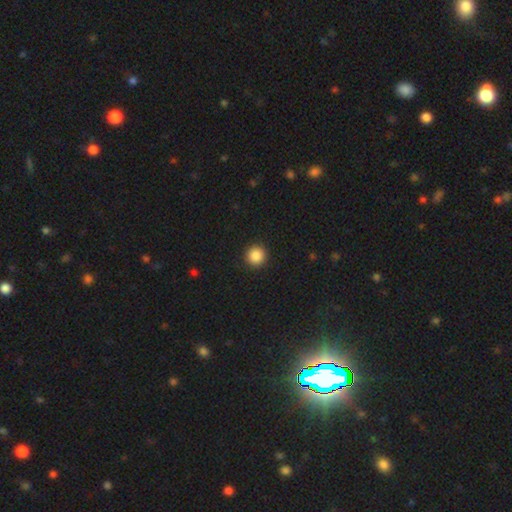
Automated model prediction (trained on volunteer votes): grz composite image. It shows a smooth galaxy with no disk features (87%) that is round (95%). Merging: none (93%).